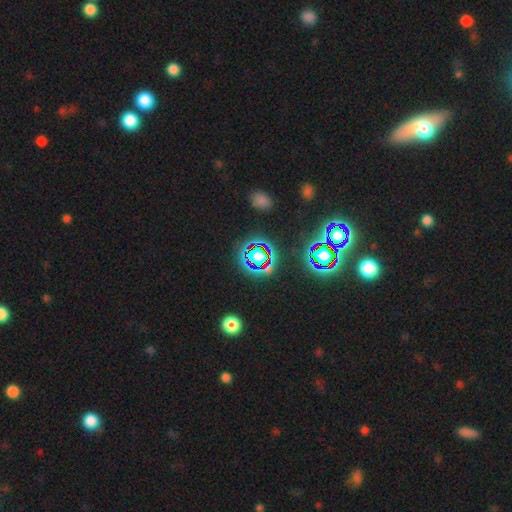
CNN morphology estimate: smooth_or_featured: star or artifact (p=0.66) [alt: smooth p=0.20]